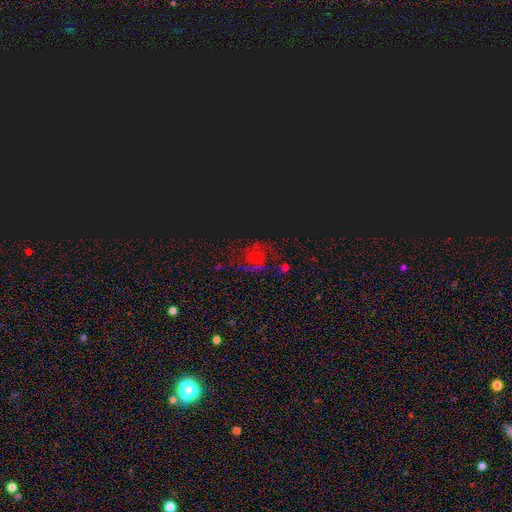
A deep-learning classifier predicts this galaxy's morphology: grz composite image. It shows a star or artifact, not a galaxy (43%).